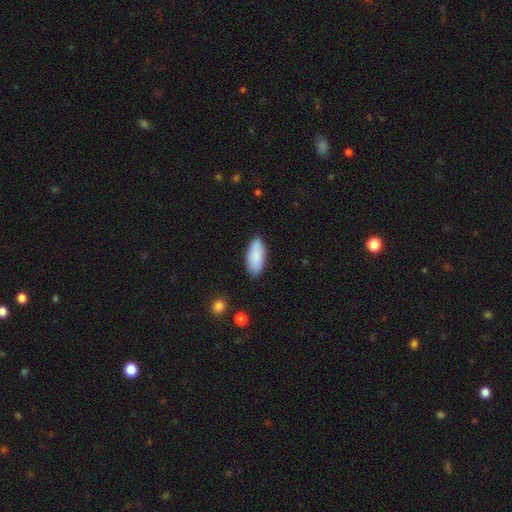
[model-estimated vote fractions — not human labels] Smooth or featured? Predicted: smooth (p=0.87). How rounded? Predicted: in between (p=0.87). Merging? Predicted: none (p=0.85).